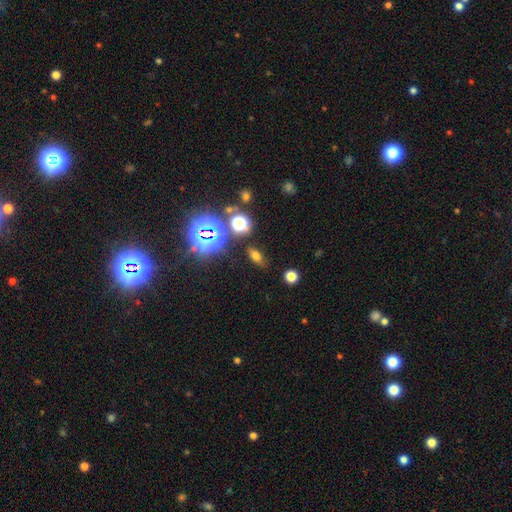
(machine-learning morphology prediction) A smooth galaxy with no disk features (59%) that is in between round and cigar-shaped (74%).

Vote fractions:
- Smooth or featured? smooth: 59% / star or artifact: 29% / featured or disk: 12%
- How rounded? in between: 74% / round: 13% / cigar-shaped: 13%
- Merging? none: 81% / minor disturbance: 12% / major disturbance: 4% / merger: 4%